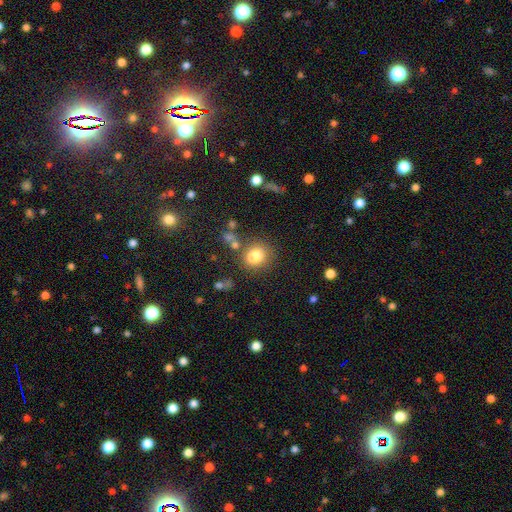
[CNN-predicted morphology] Smooth or featured: smooth — 79% (star or artifact — 12%)
How rounded: round — 51% (in between — 48%)
Merging: none — 63% (minor disturbance — 16%)